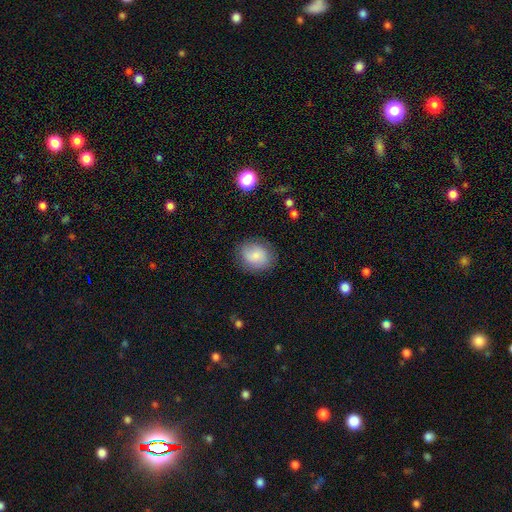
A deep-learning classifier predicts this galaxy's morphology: type=smooth (80%); roundness=round (63%); merging=none (82%).